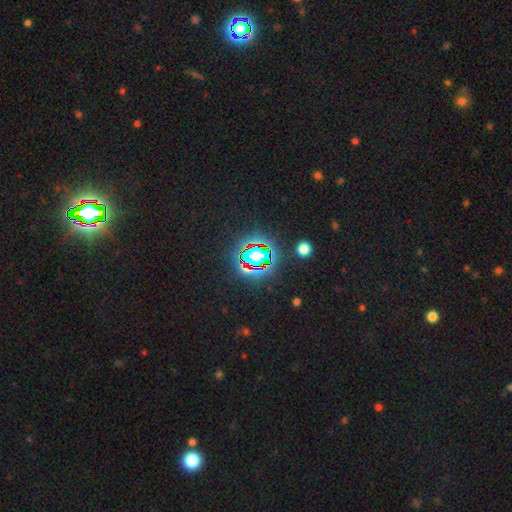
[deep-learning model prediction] The model was most divided on "smooth or featured": star or artifact: 68%, smooth: 21%, featured or disk: 12%.